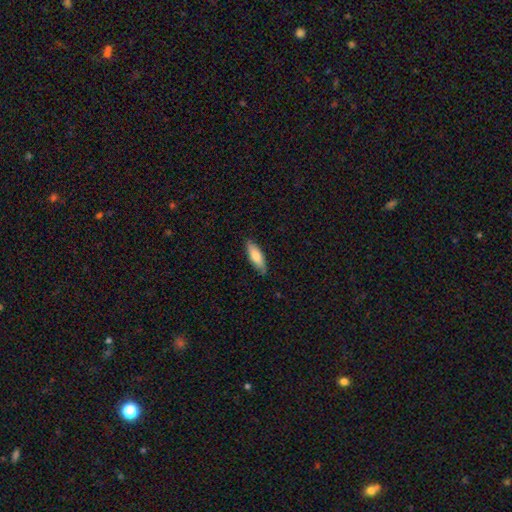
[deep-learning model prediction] Smooth or featured? Predicted: smooth (p=0.75). How rounded? Predicted: in between (p=0.53). Merging? Predicted: none (p=0.82).